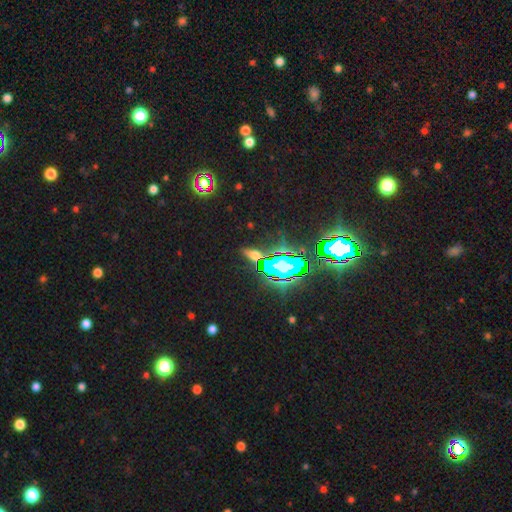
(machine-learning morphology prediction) smooth_or_featured: star or artifact (p=0.56) [alt: smooth p=0.28]